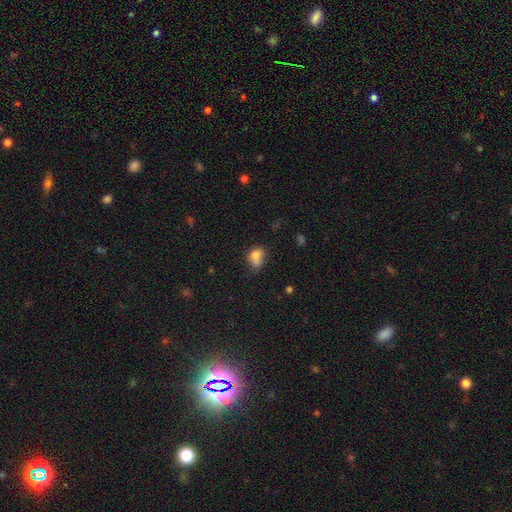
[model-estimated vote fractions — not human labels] smooth 76%, featured or disk 13%, star or artifact 11%. Down the decision tree: how rounded — in between (58%); merging — none (32%, tied with merger).